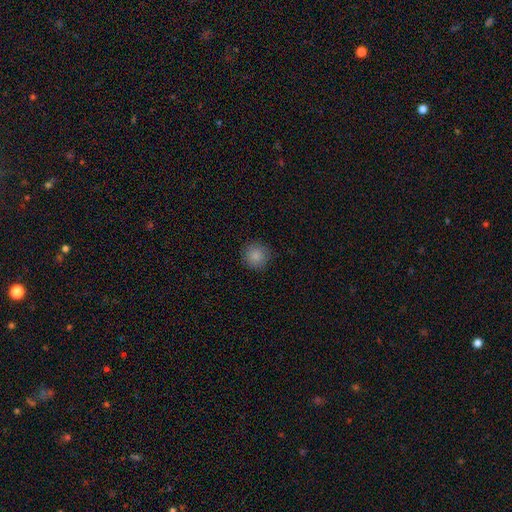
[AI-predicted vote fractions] smooth-or-featured: smooth: 86% | star or artifact: 10% | featured or disk: 4%
  how-rounded: round: 94% | in between: 5% | cigar-shaped: 1%
  merging: none: 90% | minor disturbance: 7% | major disturbance: 2% | merger: 1%